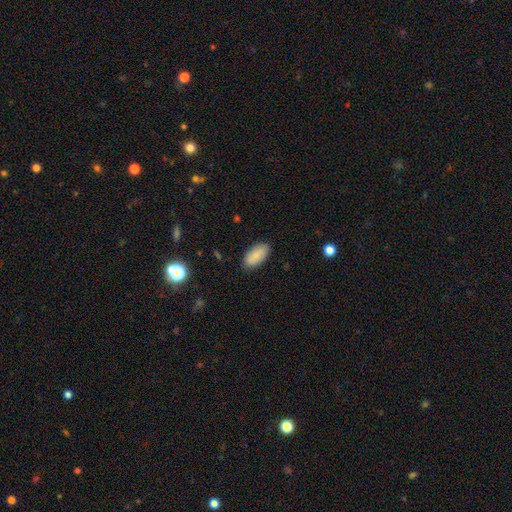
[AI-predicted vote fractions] Smooth or featured: smooth — 82% (featured or disk — 11%)
How rounded: in between — 93% (cigar-shaped — 5%)
Merging: none — 85% (minor disturbance — 12%)